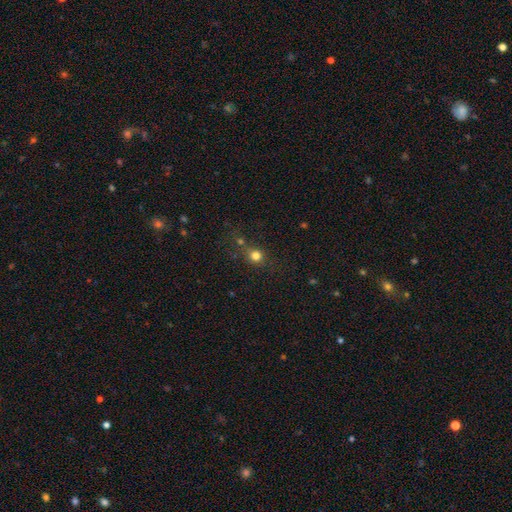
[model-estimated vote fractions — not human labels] Smooth or featured?
  - smooth: 75% *
  - star or artifact: 18%
  - featured or disk: 7%
How rounded?
  - round: 87% *
  - in between: 12%
  - cigar-shaped: 1%
Merging?
  - none: 65% *
  - merger: 15%
  - minor disturbance: 13%
  - major disturbance: 7%